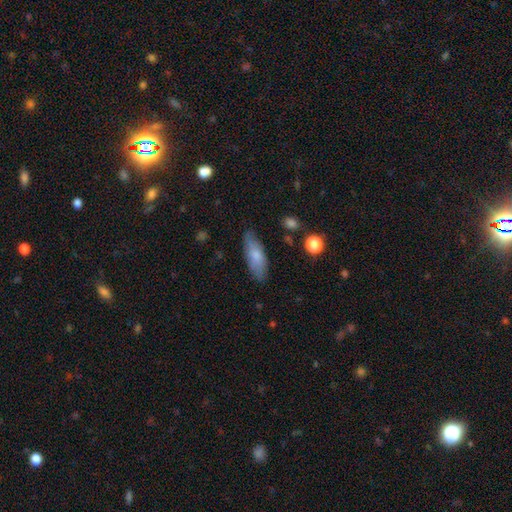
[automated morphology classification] smooth_or_featured: smooth (p=0.71) [alt: featured or disk p=0.22]
how_rounded: in between (p=0.68) [alt: cigar-shaped p=0.30]
merging: none (p=0.77) [alt: minor disturbance p=0.17]